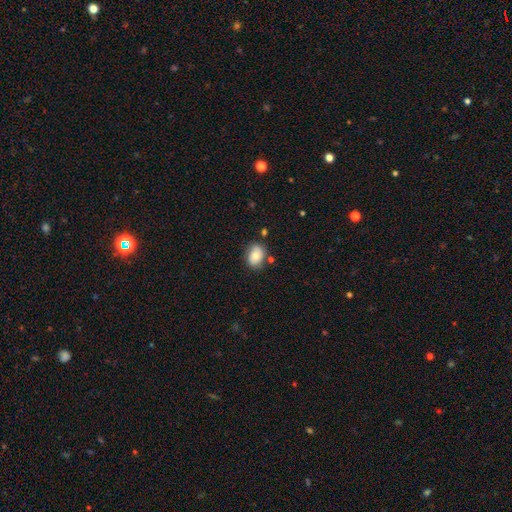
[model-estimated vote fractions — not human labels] smooth_or_featured: smooth (p=0.78) [alt: featured or disk p=0.13]
how_rounded: in between (p=0.71) [alt: round p=0.28]
merging: none (p=0.75) [alt: minor disturbance p=0.17]